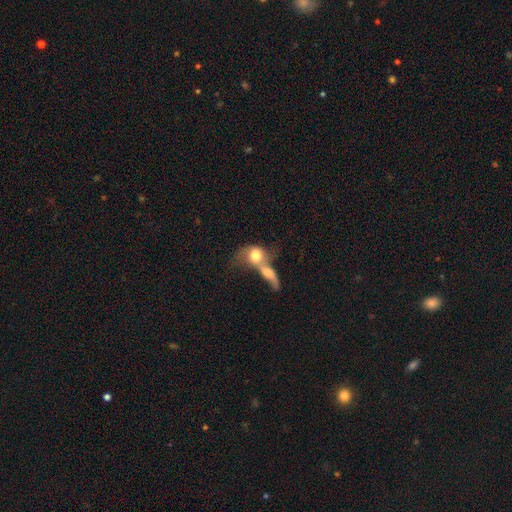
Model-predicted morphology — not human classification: The model was most divided on "how rounded": in between: 50%, round: 44%, cigar-shaped: 5%. More confident: merging — merger (82%); smooth or featured — smooth (61%).